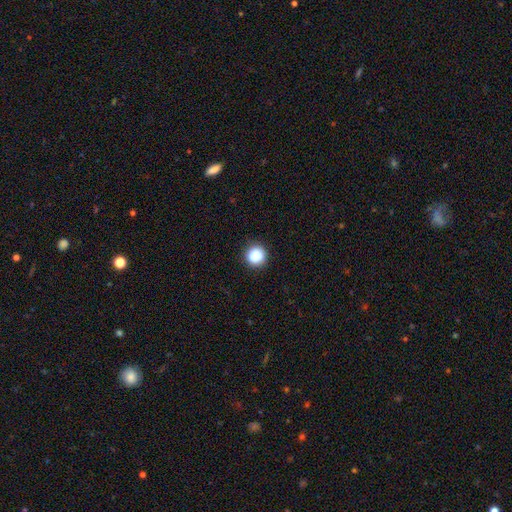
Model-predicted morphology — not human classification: This appears to be a smooth galaxy with no disk features (87%) that is round (95%). Merging: none (91%).